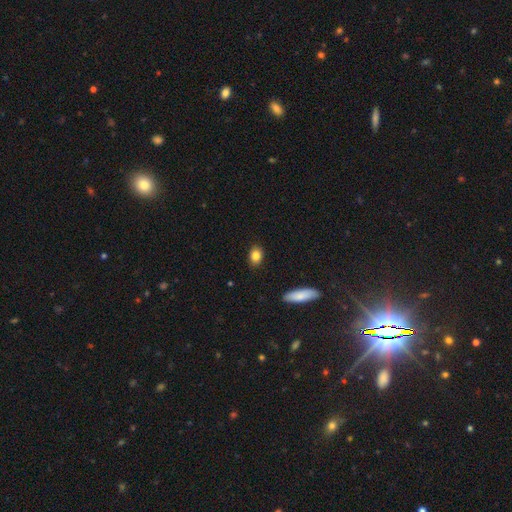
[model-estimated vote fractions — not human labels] Q: Smooth or featured?
A: smooth (85%); runner-up: star or artifact (8%)
Q: How rounded?
A: in between (72%); runner-up: round (25%)
Q: Merging?
A: none (88%); runner-up: minor disturbance (8%)